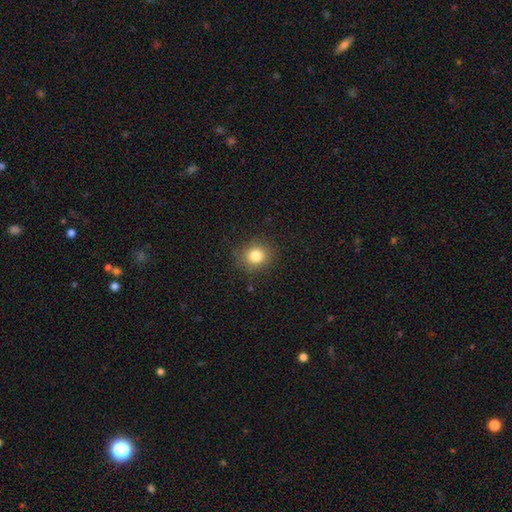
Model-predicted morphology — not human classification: This is clearly a smooth galaxy (83%). How rounded: clearly round (82%). Merging: clearly none (86%).